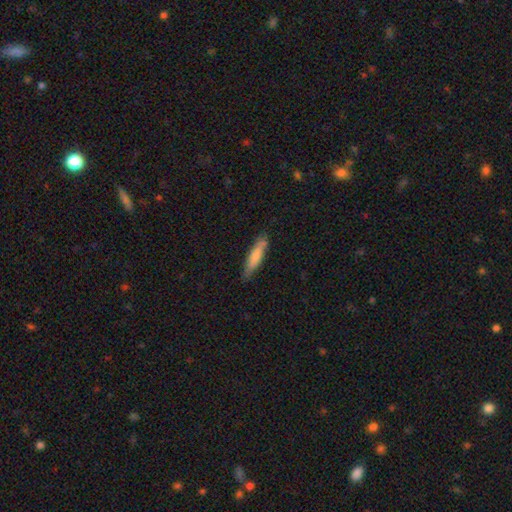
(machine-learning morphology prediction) smooth_or_featured: smooth (p=0.76) [alt: featured or disk p=0.19]
how_rounded: cigar-shaped (p=0.79) [alt: in between p=0.19]
merging: none (p=0.75) [alt: minor disturbance p=0.20]